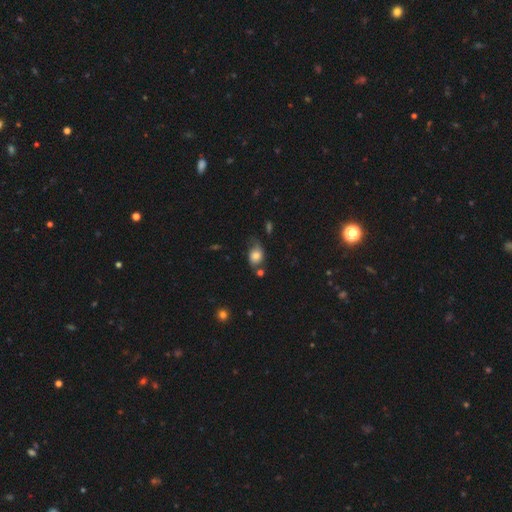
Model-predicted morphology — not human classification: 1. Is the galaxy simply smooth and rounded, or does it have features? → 67% smooth, 23% featured or disk, 9% star or artifact.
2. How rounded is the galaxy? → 65% in between, 34% round, 2% cigar-shaped.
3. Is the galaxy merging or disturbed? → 41% none, 33% minor disturbance, 18% major disturbance, 8% merger.